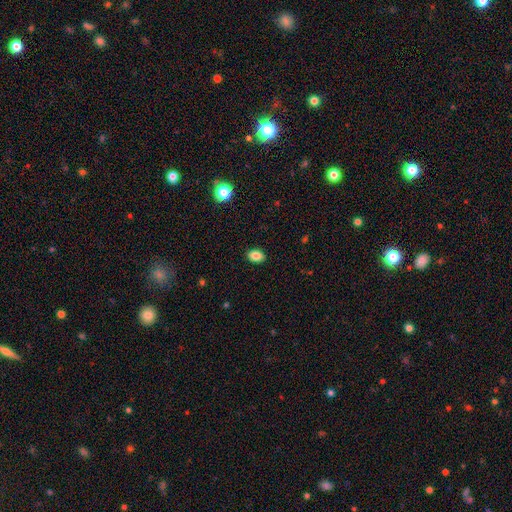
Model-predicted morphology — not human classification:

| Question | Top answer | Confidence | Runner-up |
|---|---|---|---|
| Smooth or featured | smooth | 86% | star or artifact (9%) |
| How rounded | in between | 81% | round (18%) |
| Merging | none | 89% | minor disturbance (8%) |